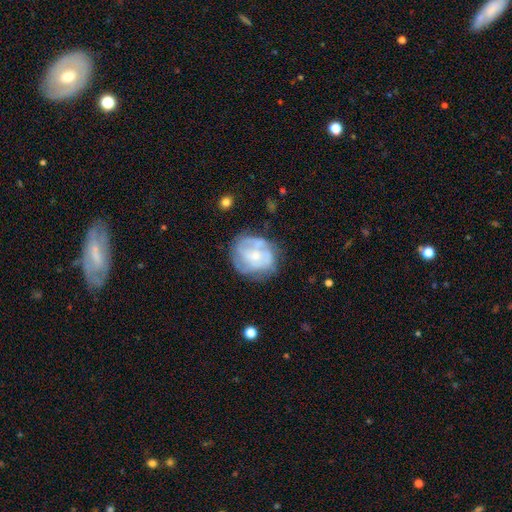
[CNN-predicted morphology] featured or disk 61%, smooth 32%, star or artifact 7%. Down the decision tree: edge-on disk — no (98%); bar — no (80%); spiral arms — yes (51%); bulge size — small (54%); merging — none (58%).